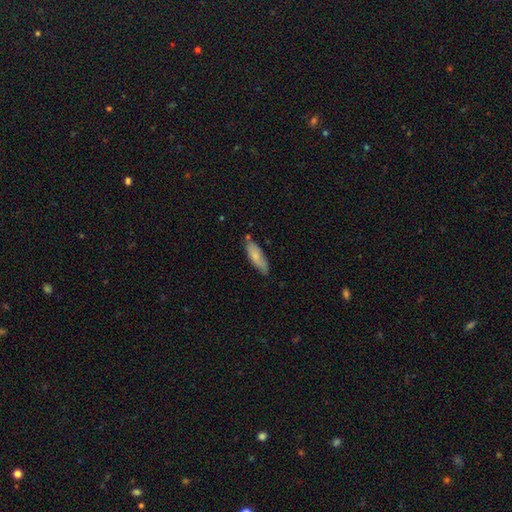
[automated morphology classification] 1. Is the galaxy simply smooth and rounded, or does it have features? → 77% smooth, 17% featured or disk, 6% star or artifact.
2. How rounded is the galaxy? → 50% in between, 49% cigar-shaped, 2% round.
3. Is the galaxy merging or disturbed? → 75% none, 19% minor disturbance, 4% merger, 3% major disturbance.